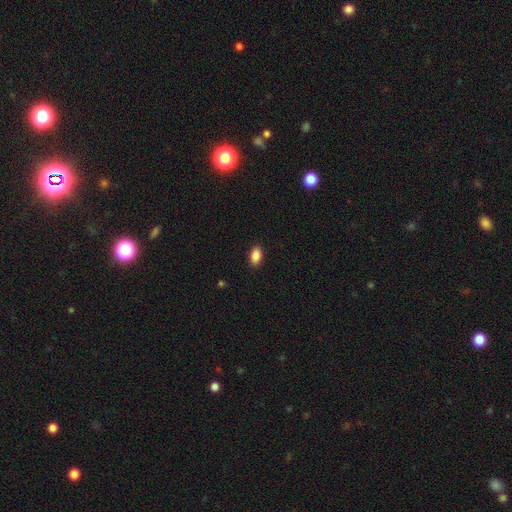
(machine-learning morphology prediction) smooth 88%, star or artifact 8%, featured or disk 4%. Down the decision tree: how rounded — in between (92%); merging — none (90%).